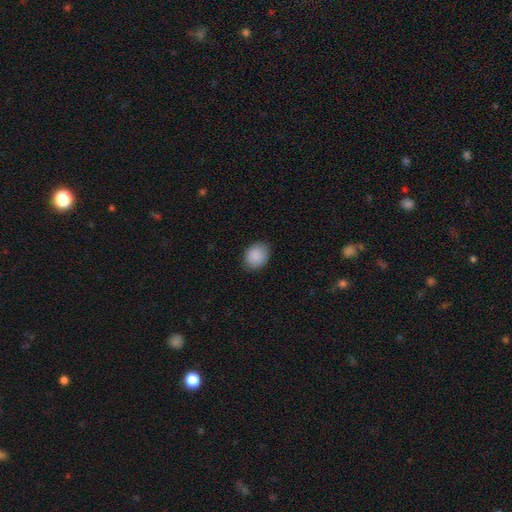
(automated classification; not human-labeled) Smooth or featured: smooth — 89% (star or artifact — 7%)
How rounded: in between — 50% (round — 49%)
Merging: none — 82% (minor disturbance — 14%)